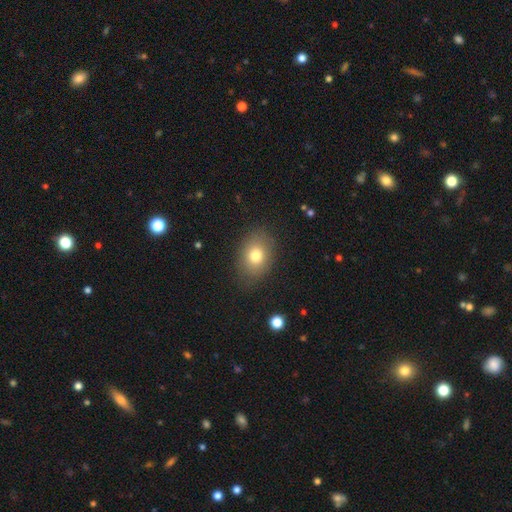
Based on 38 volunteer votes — This appears to be a smooth galaxy with no disk features (76%) that is in between round and cigar-shaped (66%). Merging: none (74%).